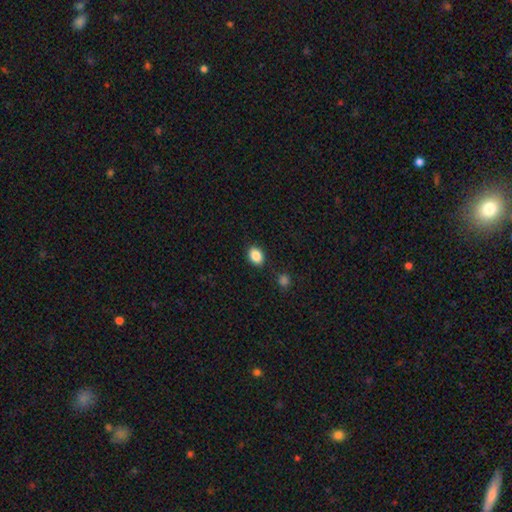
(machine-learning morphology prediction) This is clearly a smooth galaxy (86%). How rounded: likely in between (72%). Merging: clearly none (84%).